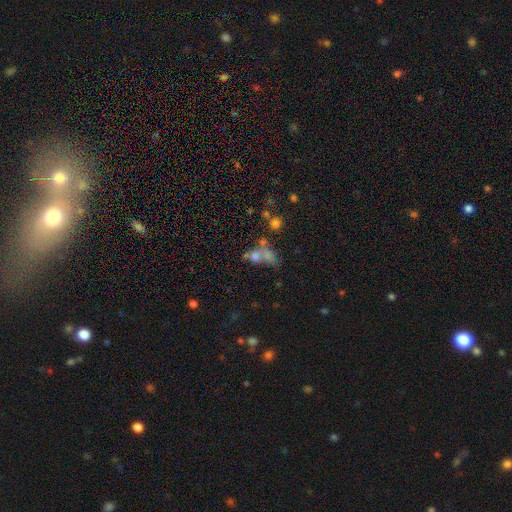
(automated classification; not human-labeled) Smooth or featured: smooth — 56% (featured or disk — 22%)
How rounded: in between — 55% (round — 39%)
Merging: merger — 45% (none — 28%)